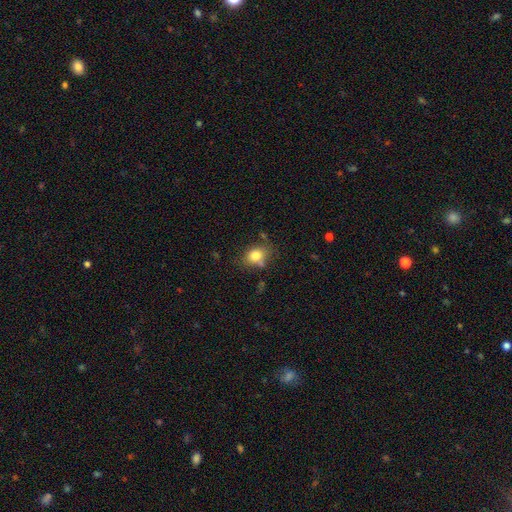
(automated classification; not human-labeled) smooth 80%, star or artifact 10%, featured or disk 10%. Down the decision tree: how rounded — in between (56%); merging — none (65%).